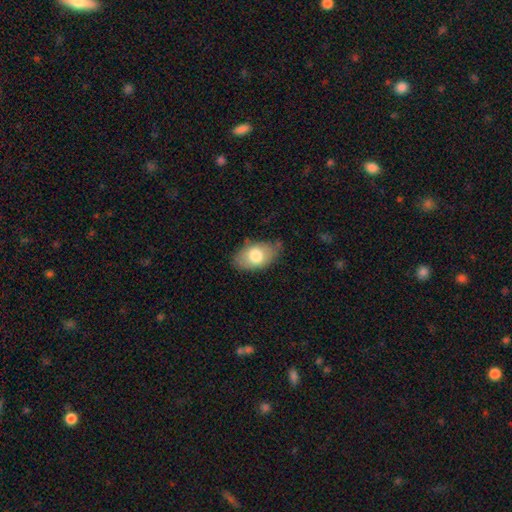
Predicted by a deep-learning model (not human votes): smooth-or-featured: smooth: 75% | featured or disk: 18% | star or artifact: 7%
  how-rounded: in between: 91% | round: 7% | cigar-shaped: 2%
  merging: none: 70% | minor disturbance: 23% | major disturbance: 5% | merger: 2%